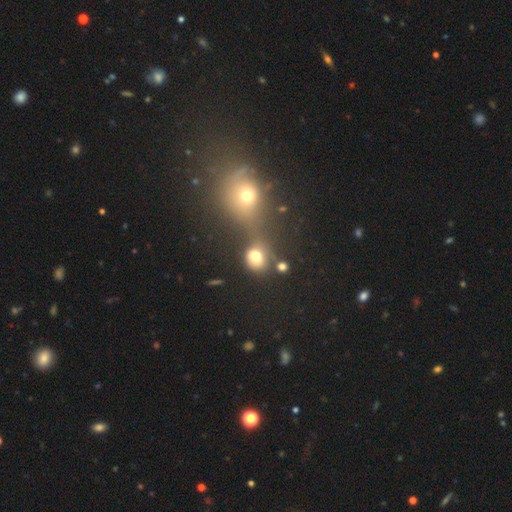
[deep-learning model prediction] Q: Smooth or featured?
A: smooth (71%); runner-up: star or artifact (17%)
Q: How rounded?
A: round (61%); runner-up: in between (37%)
Q: Merging?
A: none (45%); runner-up: merger (31%)